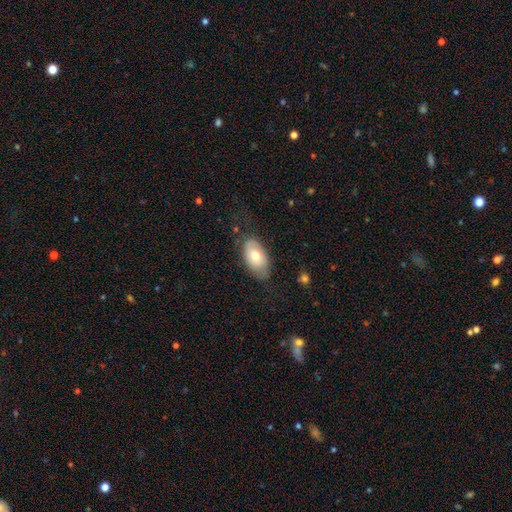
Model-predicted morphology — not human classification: The model was most divided on "merging": none: 66%, minor disturbance: 25%, major disturbance: 7%, merger: 2%. More confident: how rounded — in between (94%); smooth or featured — smooth (69%).